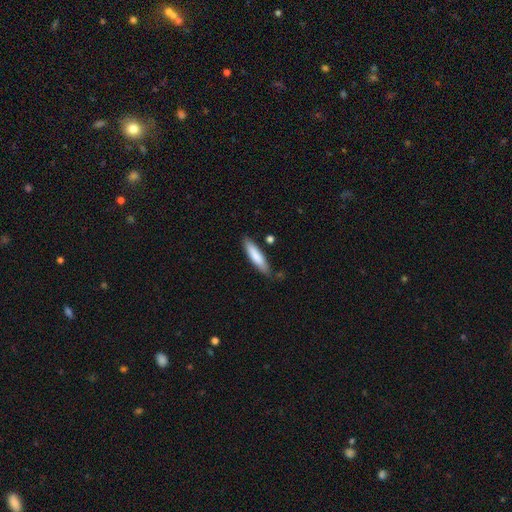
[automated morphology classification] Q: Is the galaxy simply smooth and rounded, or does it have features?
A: smooth — 81%.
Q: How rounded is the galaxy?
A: cigar-shaped — 78%.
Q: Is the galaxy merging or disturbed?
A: none — 81%.